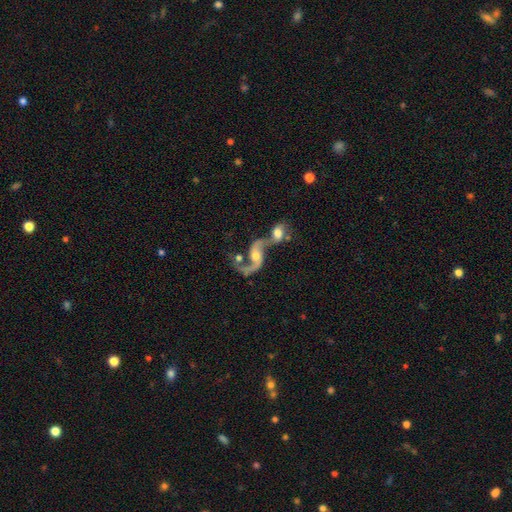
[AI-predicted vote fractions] This is clearly a featured or disk galaxy (86%). It is clearly not viewed edge-on (96%). Bar: possibly no (56%). Spiral arm pattern: clearly yes (93%). Spiral arm count: clearly 2 (85%). Spiral winding: likely loose (77%). Central bulge: possibly moderate (54%). Merging: possibly merger (58%).